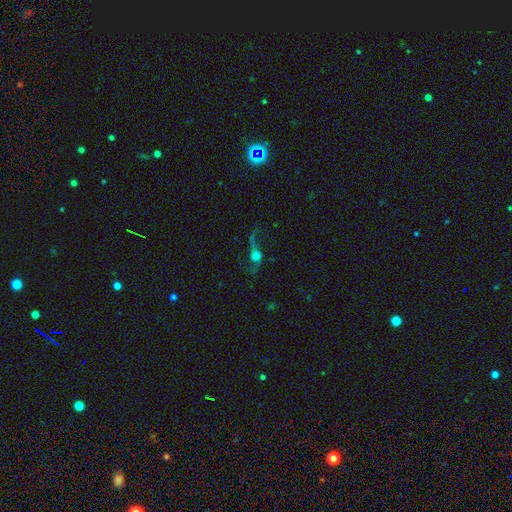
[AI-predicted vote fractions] This appears to be a featured or disk galaxy (59%) with no bar (71%), spiral arms (81%) and a large central bulge (30%). Merging: none (47%).